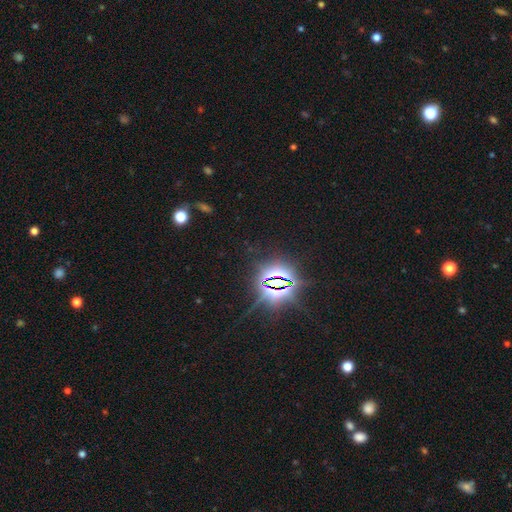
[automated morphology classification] Overall: star or artifact (84%).